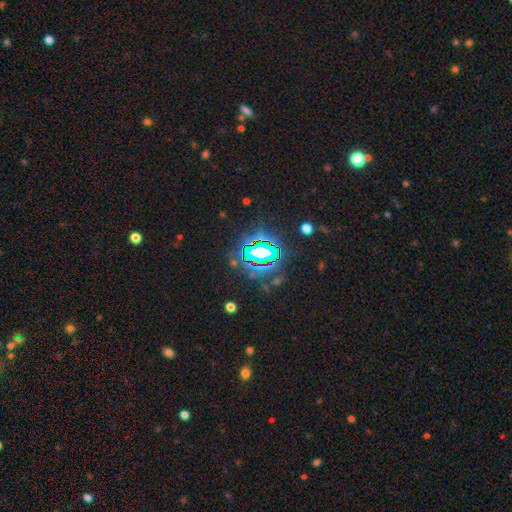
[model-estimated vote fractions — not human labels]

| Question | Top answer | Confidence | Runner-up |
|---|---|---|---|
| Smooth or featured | star or artifact | 76% | smooth (14%) |